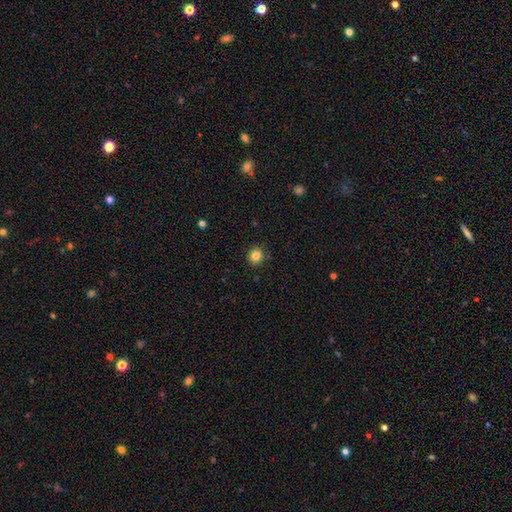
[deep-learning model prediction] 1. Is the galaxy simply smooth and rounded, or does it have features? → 83% smooth, 11% star or artifact, 5% featured or disk.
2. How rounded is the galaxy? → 84% round, 15% in between, 1% cigar-shaped.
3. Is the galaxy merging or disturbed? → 90% none, 7% minor disturbance, 2% major disturbance, 1% merger.